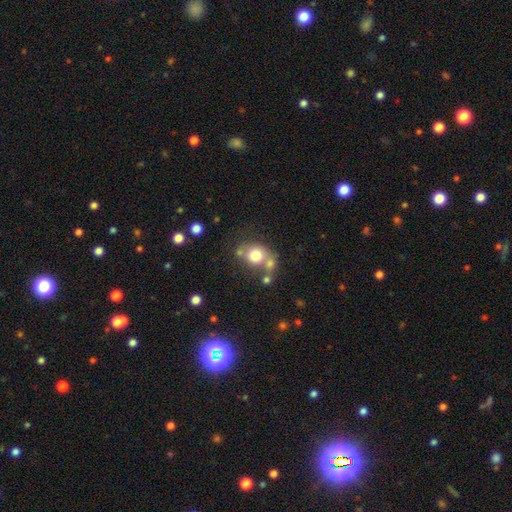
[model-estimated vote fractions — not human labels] A smooth galaxy with no disk features (74%) that is round (73%).

Vote fractions:
- Smooth or featured? smooth: 74% / featured or disk: 16% / star or artifact: 11%
- How rounded? round: 73% / in between: 26% / cigar-shaped: 1%
- Merging? none: 49% / merger: 31% / minor disturbance: 13% / major disturbance: 7%